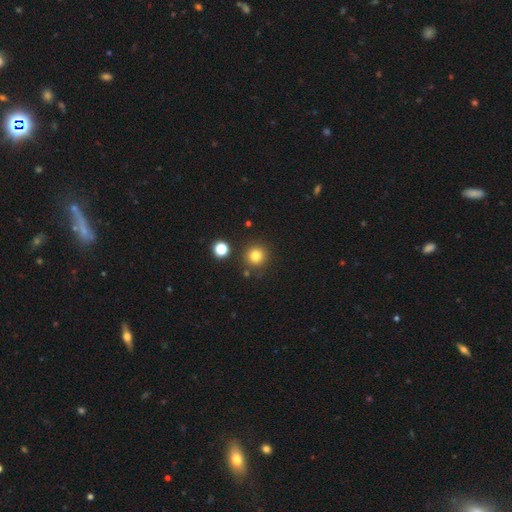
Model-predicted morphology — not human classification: The model was most divided on "smooth or featured": smooth: 81%, star or artifact: 13%, featured or disk: 6%. More confident: how rounded — round (93%); merging — none (85%).